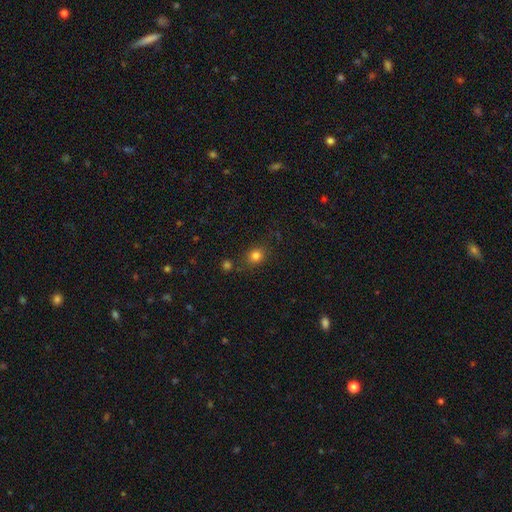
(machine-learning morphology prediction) Smooth or featured? Predicted: smooth (p=0.80). How rounded? Predicted: round (p=0.69). Merging? Predicted: none (p=0.78).